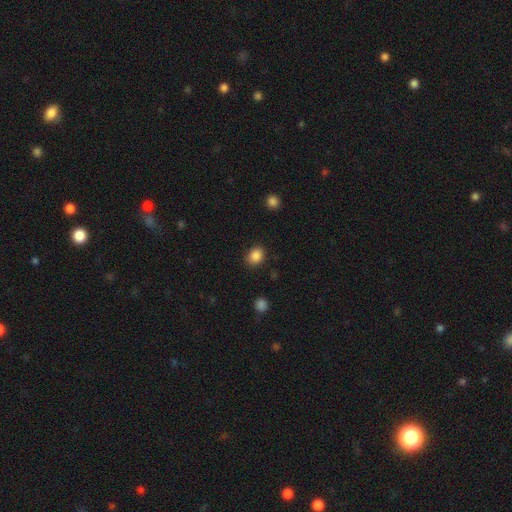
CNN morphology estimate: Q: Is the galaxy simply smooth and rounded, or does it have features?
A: smooth — 87%.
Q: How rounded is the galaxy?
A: round — 50%.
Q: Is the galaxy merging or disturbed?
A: none — 85%.